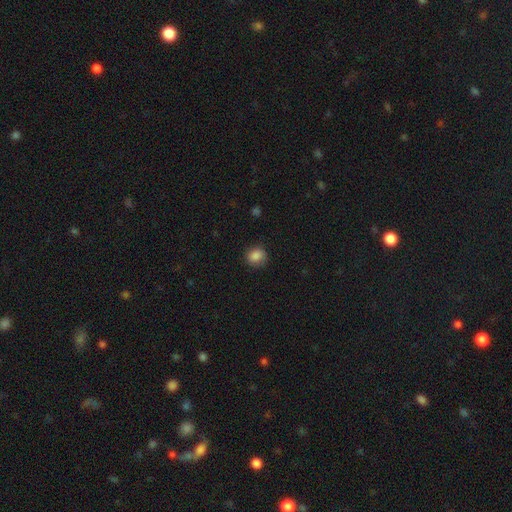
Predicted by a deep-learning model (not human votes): smooth_or_featured: smooth (p=0.86) [alt: star or artifact p=0.10]
how_rounded: round (p=0.78) [alt: in between p=0.21]
merging: none (p=0.81) [alt: minor disturbance p=0.14]